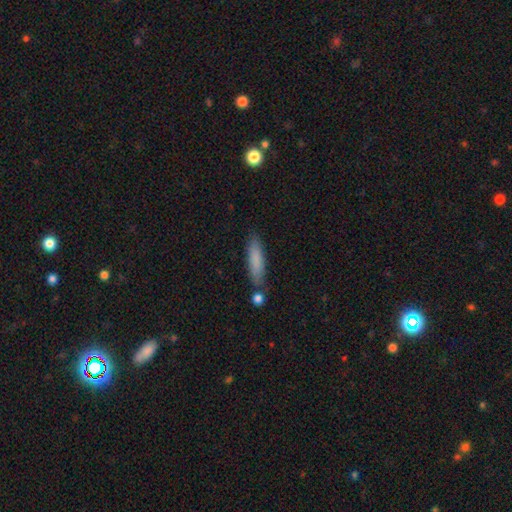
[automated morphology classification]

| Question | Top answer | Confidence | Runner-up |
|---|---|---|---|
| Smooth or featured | smooth | 79% | featured or disk (14%) |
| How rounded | cigar-shaped | 77% | in between (21%) |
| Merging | none | 80% | minor disturbance (12%) |